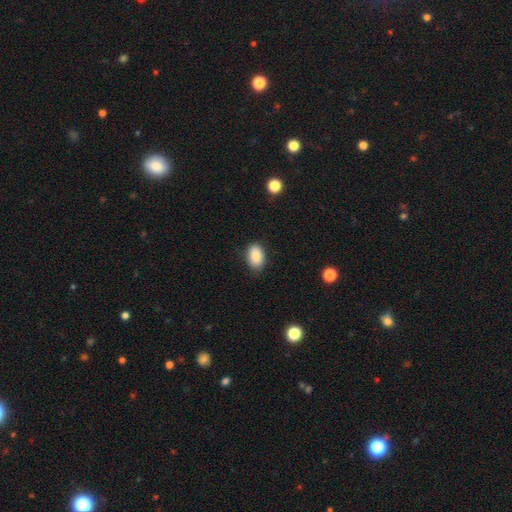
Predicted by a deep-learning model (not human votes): Morphology: type=smooth (86%); roundness=in between (86%); merging=none (82%).